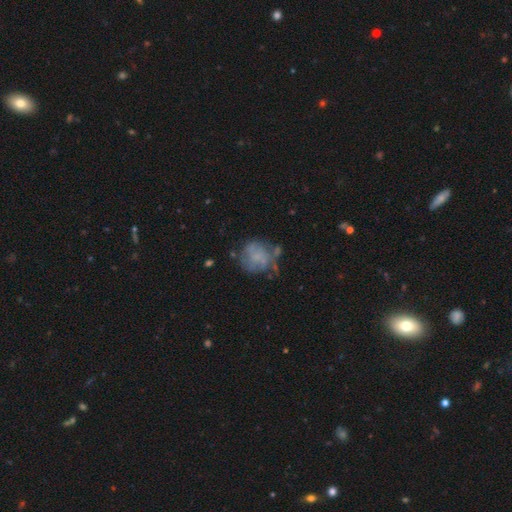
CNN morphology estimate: Q: Smooth or featured?
A: featured or disk (46%); runner-up: smooth (43%)
Q: Merging?
A: none (44%); runner-up: minor disturbance (26%)